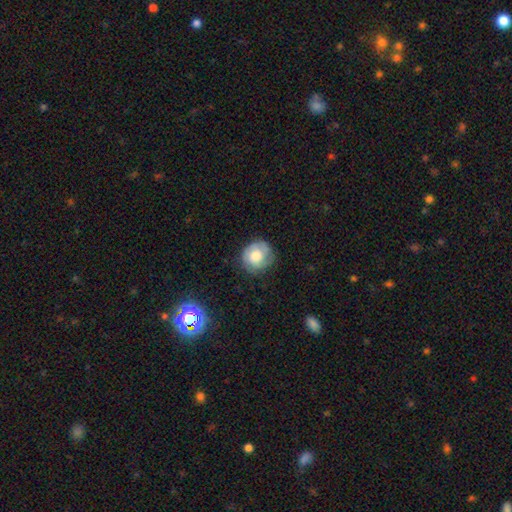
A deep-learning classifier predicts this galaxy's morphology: This appears to be a smooth galaxy with no disk features (62%) that is round (88%). Merging: none (71%).